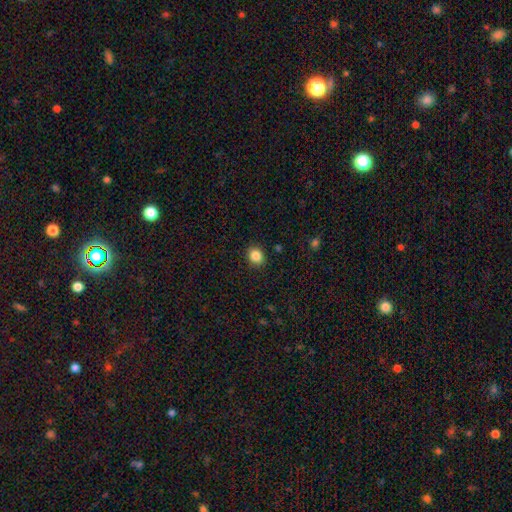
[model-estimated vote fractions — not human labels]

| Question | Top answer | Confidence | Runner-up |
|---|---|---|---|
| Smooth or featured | smooth | 86% | star or artifact (10%) |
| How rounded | round | 68% | in between (32%) |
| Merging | none | 90% | minor disturbance (7%) |